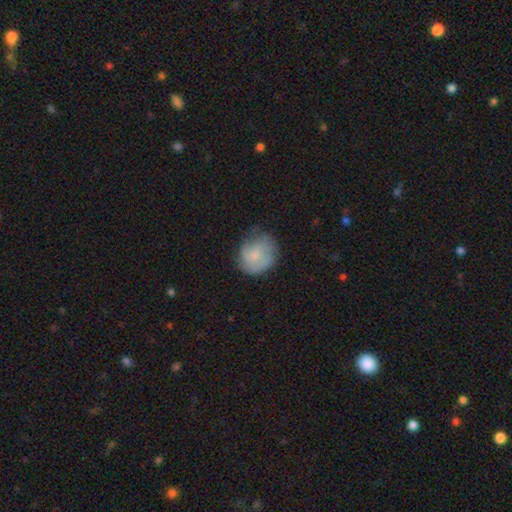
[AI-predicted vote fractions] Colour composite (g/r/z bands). It shows a smooth galaxy with no disk features (55%) that is round (73%). Merging: none (60%).